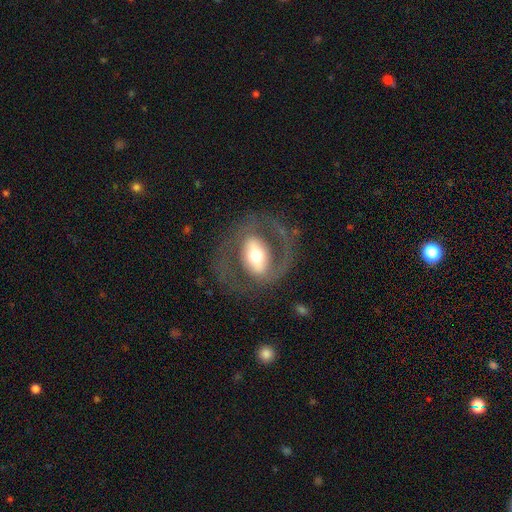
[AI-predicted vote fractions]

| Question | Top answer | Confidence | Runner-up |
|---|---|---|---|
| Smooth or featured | featured or disk | 72% | smooth (22%) |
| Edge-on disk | no | 92% | yes (8%) |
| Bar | strong | 53% | weak (24%) |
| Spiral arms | yes | 54% | no (46%) |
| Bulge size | moderate | 60% | large (24%) |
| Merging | none | 69% | major disturbance (17%) |